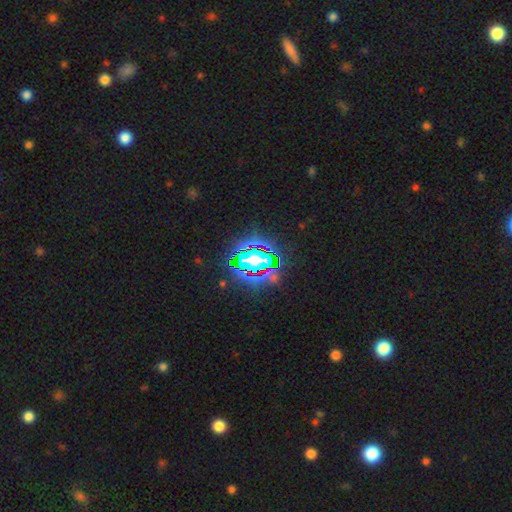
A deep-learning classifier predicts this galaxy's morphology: Smooth or featured? star or artifact (67%)